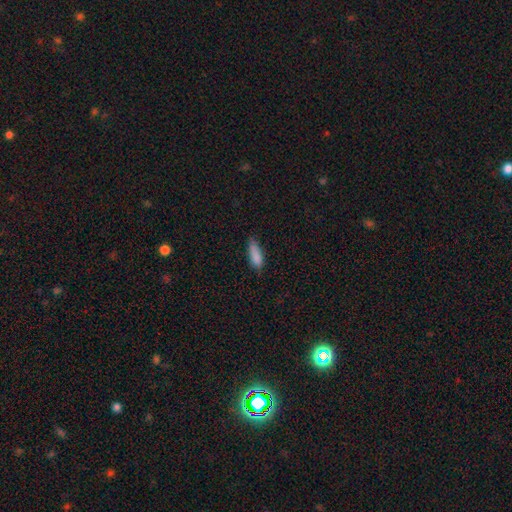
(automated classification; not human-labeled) Morphology: type=smooth (85%); roundness=in between (58%); merging=none (62%).